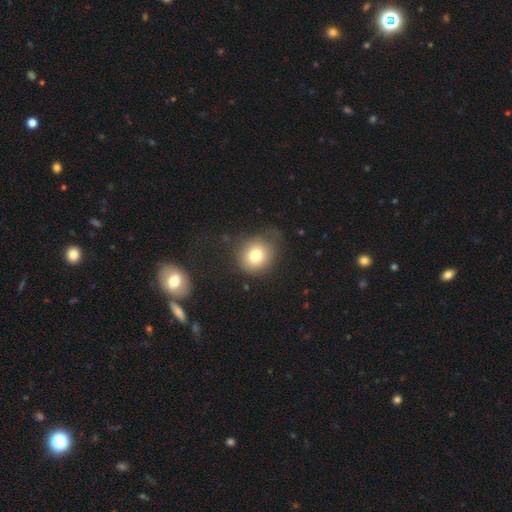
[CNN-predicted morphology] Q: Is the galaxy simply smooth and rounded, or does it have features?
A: smooth — 77%.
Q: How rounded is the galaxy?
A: round — 86%.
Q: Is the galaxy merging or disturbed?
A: none — 70%.